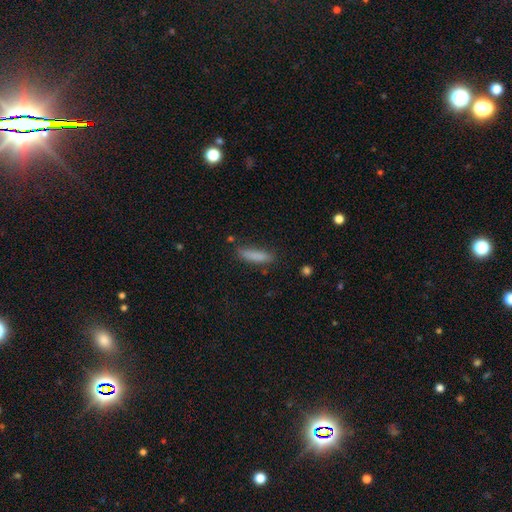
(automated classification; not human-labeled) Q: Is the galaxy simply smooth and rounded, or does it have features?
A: smooth — 84%.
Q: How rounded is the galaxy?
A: cigar-shaped — 72%.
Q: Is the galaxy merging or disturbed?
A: none — 78%.